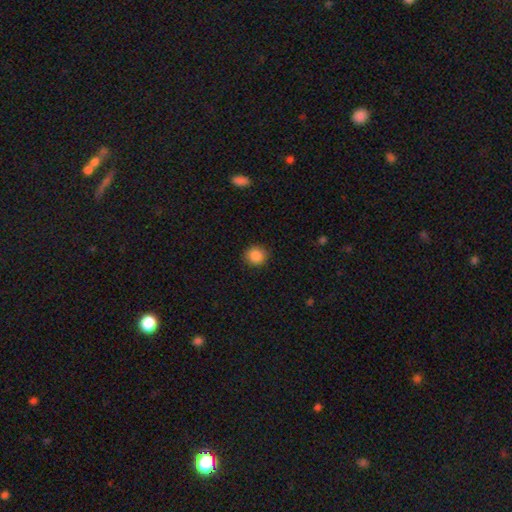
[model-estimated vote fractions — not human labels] Smooth or featured?
  - smooth: 87% *
  - star or artifact: 10%
  - featured or disk: 3%
How rounded?
  - round: 87% *
  - in between: 12%
  - cigar-shaped: 1%
Merging?
  - none: 88% *
  - minor disturbance: 9%
  - major disturbance: 2%
  - merger: 1%